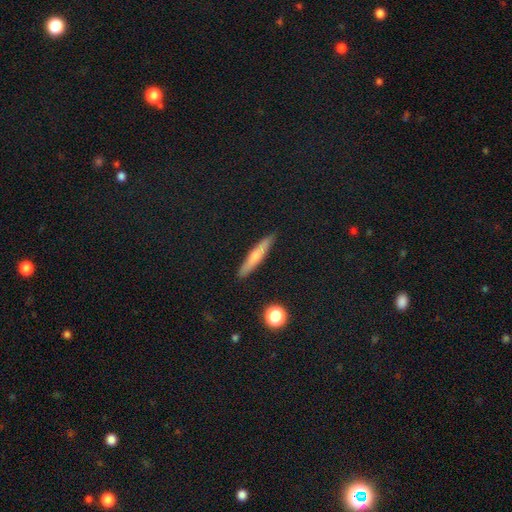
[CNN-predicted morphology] This appears to be a smooth galaxy with no disk features (55%) that is cigar-shaped (91%). Merging: none (89%).